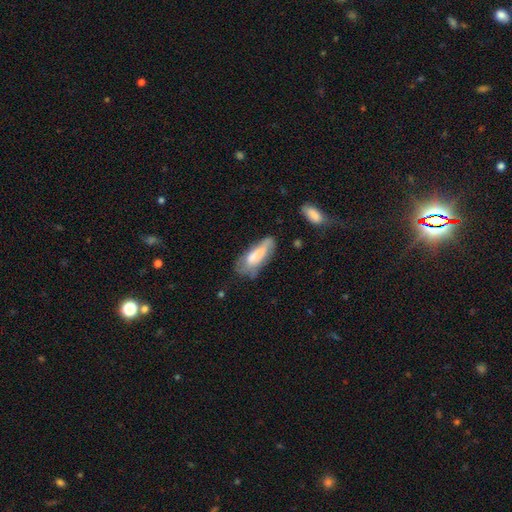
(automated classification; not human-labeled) The model was most divided on "merging": none: 37%, minor disturbance: 35%, major disturbance: 23%, merger: 6%. More confident: smooth or featured — smooth (67%); how rounded — in between (64%).